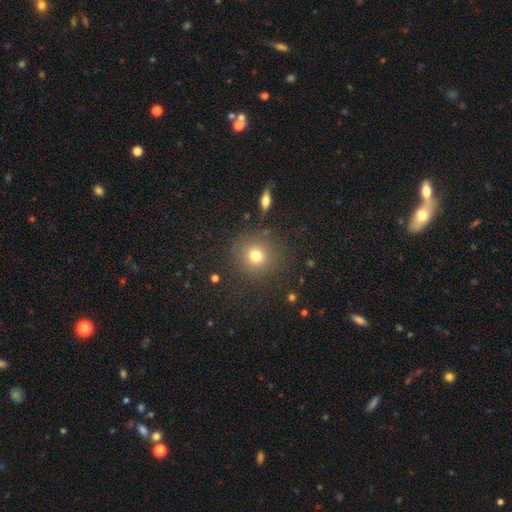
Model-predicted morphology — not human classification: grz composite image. It shows a smooth galaxy with no disk features (74%) that is round (91%). Merging: none (85%).